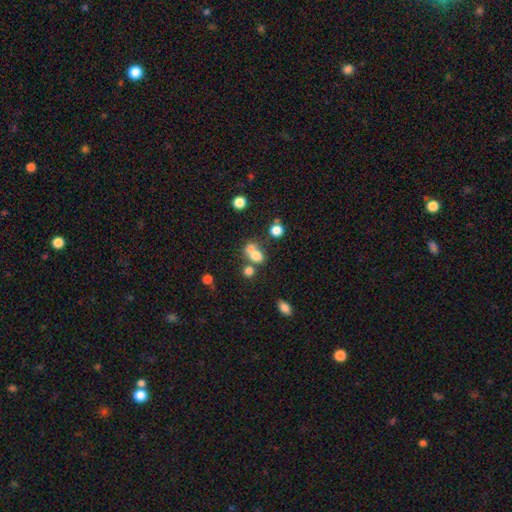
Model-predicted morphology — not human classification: Q: Smooth or featured?
A: smooth (70%); runner-up: star or artifact (16%)
Q: How rounded?
A: round (56%); runner-up: in between (42%)
Q: Merging?
A: merger (52%); runner-up: none (31%)